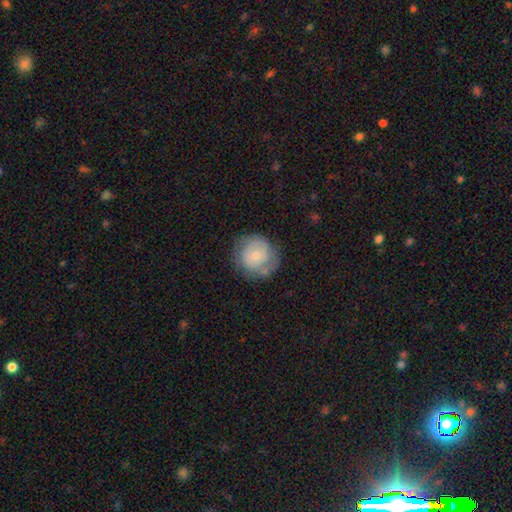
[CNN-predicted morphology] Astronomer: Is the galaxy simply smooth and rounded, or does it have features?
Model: smooth — 50% (runner-up: featured or disk, 43%).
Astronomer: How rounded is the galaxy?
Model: round — 90%.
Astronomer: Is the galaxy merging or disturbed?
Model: none — 67%.